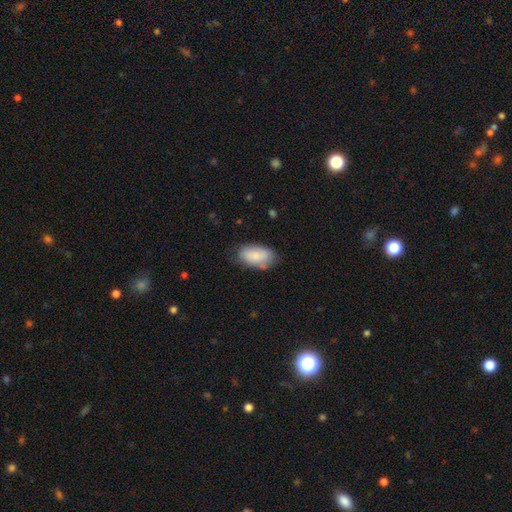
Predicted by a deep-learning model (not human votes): Smooth or featured? Predicted: smooth (p=0.83). How rounded? Predicted: in between (p=0.94). Merging? Predicted: none (p=0.66).